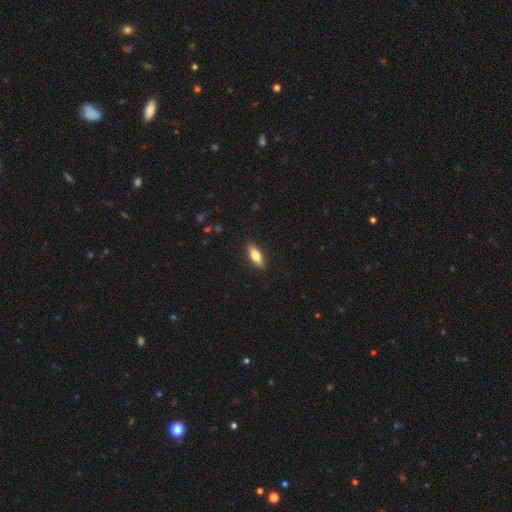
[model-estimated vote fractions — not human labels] This appears to be a smooth galaxy with no disk features (67%) that is in between round and cigar-shaped (62%). Merging: none (90%).